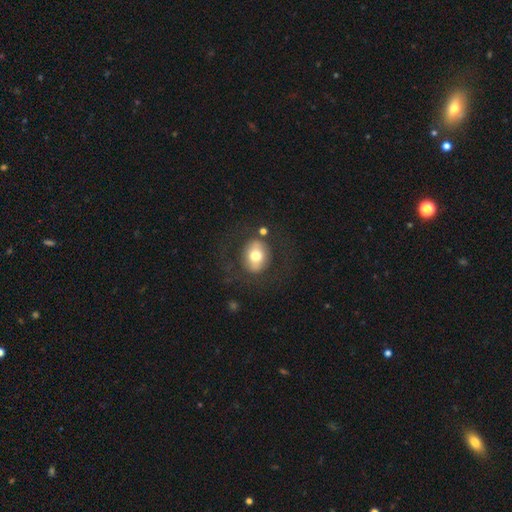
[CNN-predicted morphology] Smooth or featured?
  - smooth: 60% *
  - featured or disk: 32%
  - star or artifact: 8%
How rounded?
  - round: 53% *
  - in between: 46%
  - cigar-shaped: 1%
Merging?
  - none: 74% *
  - minor disturbance: 12%
  - major disturbance: 11%
  - merger: 4%